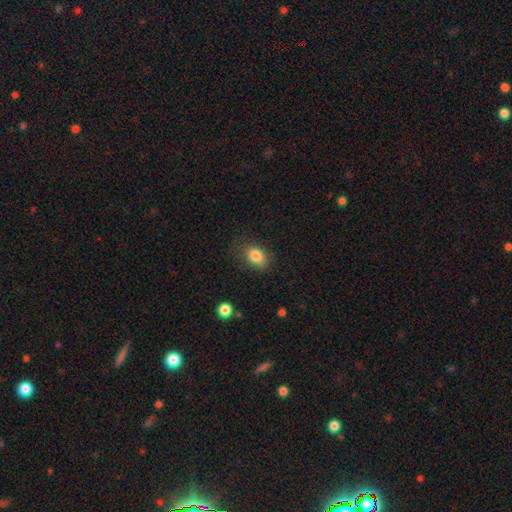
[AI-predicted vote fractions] This appears to be a smooth galaxy with no disk features (84%) that is in between round and cigar-shaped (71%). Merging: none (68%).